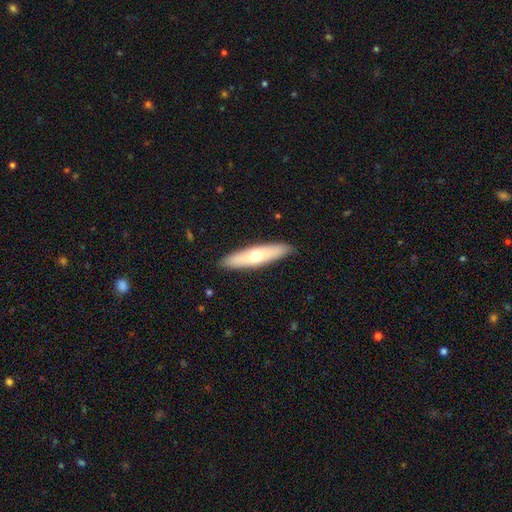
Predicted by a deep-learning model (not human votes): Q: Smooth or featured?
A: smooth (57%); runner-up: featured or disk (38%)
Q: How rounded?
A: cigar-shaped (77%); runner-up: in between (22%)
Q: Merging?
A: none (89%); runner-up: minor disturbance (8%)